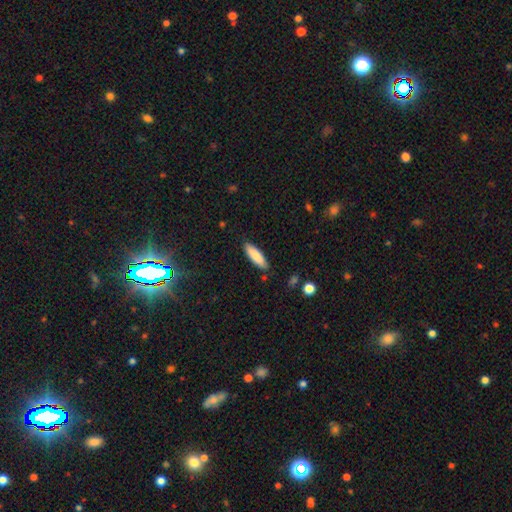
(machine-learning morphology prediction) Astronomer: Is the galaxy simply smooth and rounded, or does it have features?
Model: smooth — 85%.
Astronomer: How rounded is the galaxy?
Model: cigar-shaped — 53% (runner-up: in between, 45%).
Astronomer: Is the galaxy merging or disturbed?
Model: none — 86%.